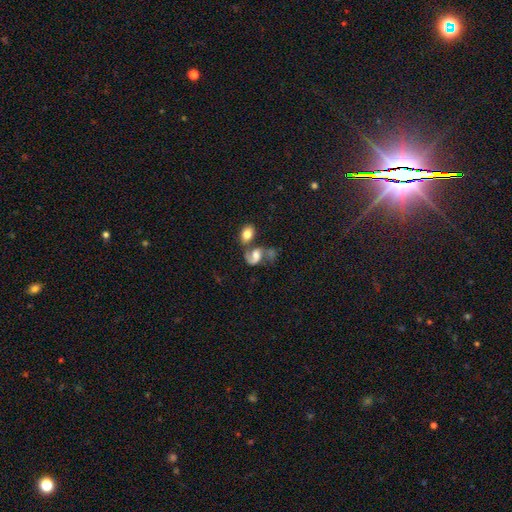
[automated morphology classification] Overall: featured or disk (55%; smooth 35%). Edge-on disk: no (96%). Bar: no (53%; weak 35%). Spiral arms: yes (82%). Bulge size: moderate (39%; large 31%). Merging: merger (42%; none 30%).